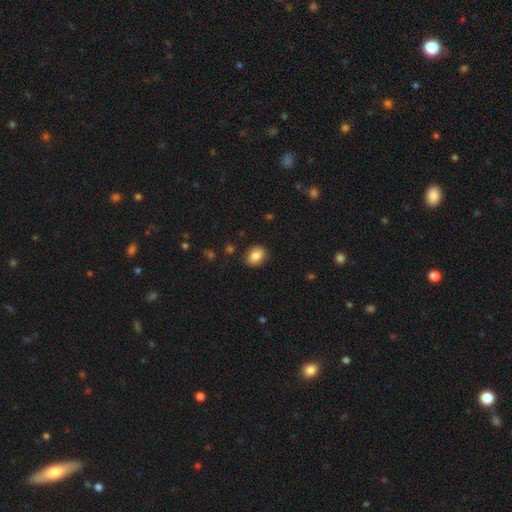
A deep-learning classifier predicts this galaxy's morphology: smooth 84%, star or artifact 8%, featured or disk 7%. Down the decision tree: how rounded — in between (60%); merging — none (84%).